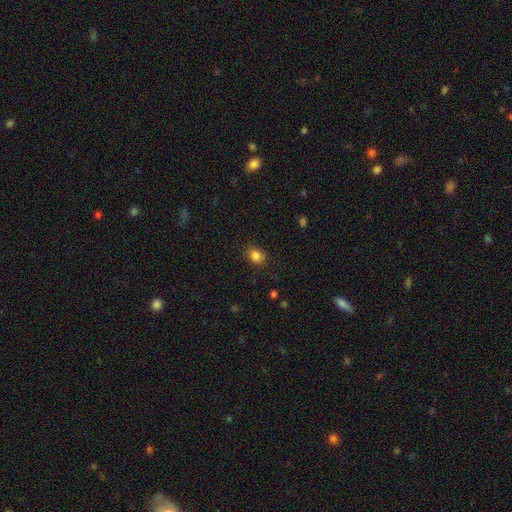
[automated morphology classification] The model was most divided on "how rounded": round: 51%, in between: 48%, cigar-shaped: 1%. More confident: smooth or featured — smooth (85%); merging — none (85%).